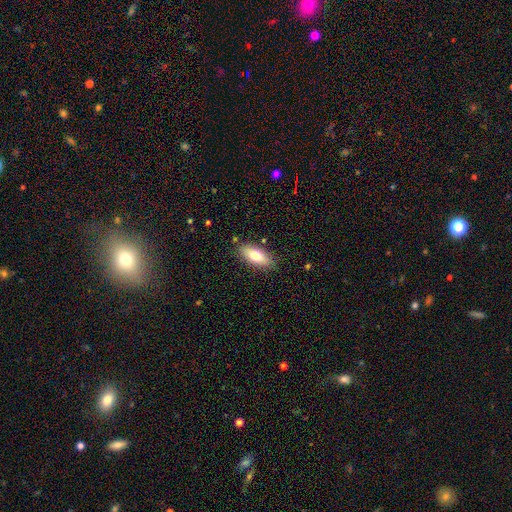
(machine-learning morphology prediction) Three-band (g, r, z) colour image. It shows a smooth galaxy with no disk features (74%) that is in between round and cigar-shaped (81%). Merging: none (84%).